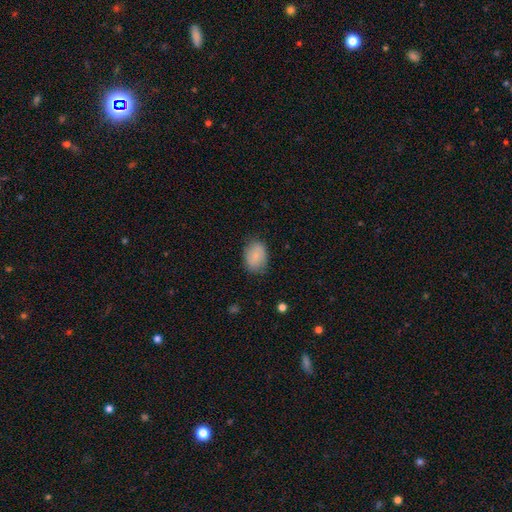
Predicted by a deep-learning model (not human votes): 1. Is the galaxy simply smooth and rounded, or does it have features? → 83% smooth, 11% featured or disk, 7% star or artifact.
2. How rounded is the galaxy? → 77% in between, 22% round, 1% cigar-shaped.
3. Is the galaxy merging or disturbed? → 79% none, 16% minor disturbance, 4% major disturbance, 1% merger.